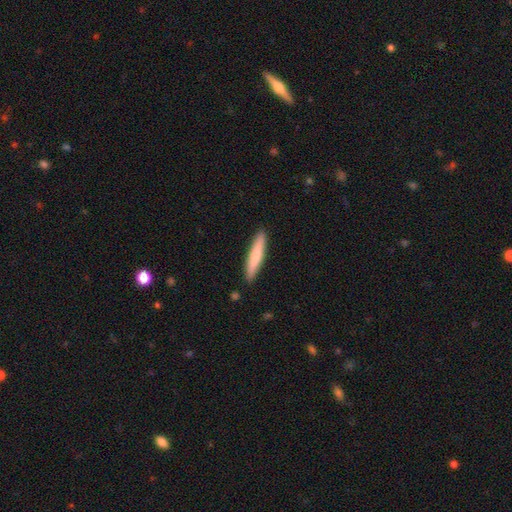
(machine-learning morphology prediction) This is likely a smooth galaxy (75%). How rounded: clearly cigar-shaped (92%). Merging: clearly none (90%).